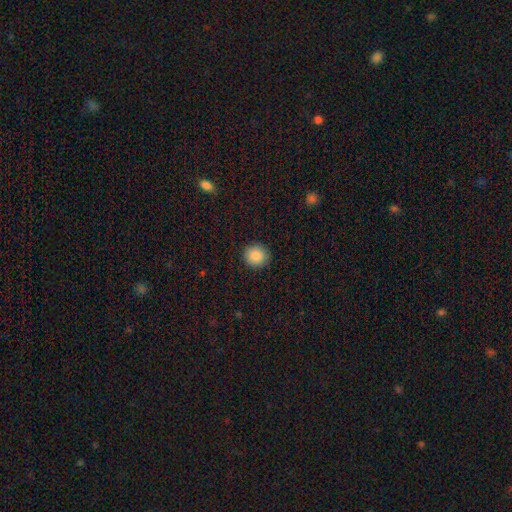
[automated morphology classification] smooth 87%, star or artifact 9%, featured or disk 4%. Down the decision tree: how rounded — round (90%); merging — none (91%).